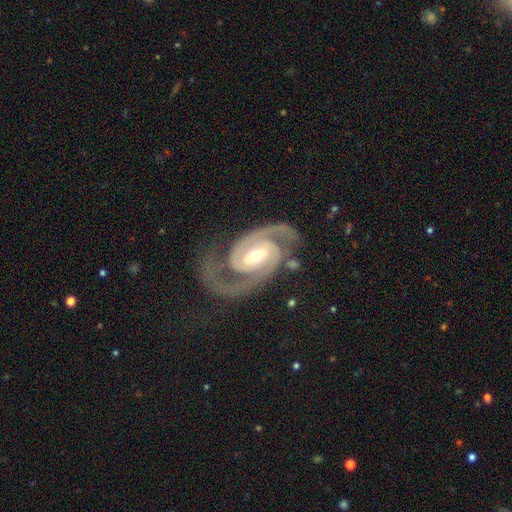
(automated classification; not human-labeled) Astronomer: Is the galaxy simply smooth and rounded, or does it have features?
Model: featured or disk — 93%.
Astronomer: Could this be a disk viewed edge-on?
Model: no — 97%.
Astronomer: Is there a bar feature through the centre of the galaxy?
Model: weak — 41% (runner-up: strong, 33%).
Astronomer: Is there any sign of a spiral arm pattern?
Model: yes — 99%.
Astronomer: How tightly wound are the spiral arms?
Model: tight — 46%, tied with medium at 46%.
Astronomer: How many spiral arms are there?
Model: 2 — 91%.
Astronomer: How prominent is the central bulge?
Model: moderate — 54% (runner-up: small, 42%).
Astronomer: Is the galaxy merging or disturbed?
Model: none — 71%.